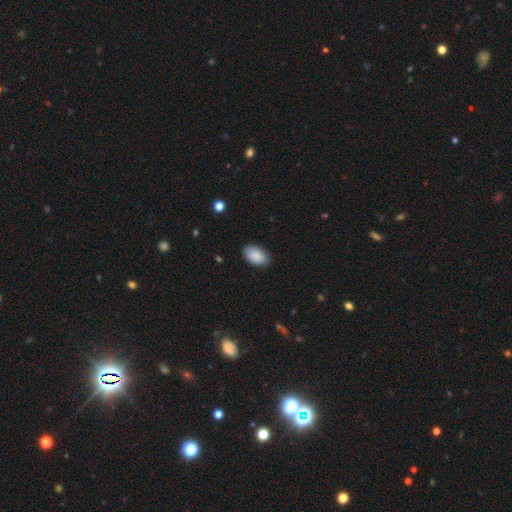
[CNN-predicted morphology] A smooth galaxy with no disk features (90%) that is in between round and cigar-shaped (93%). Merging: none (87%).